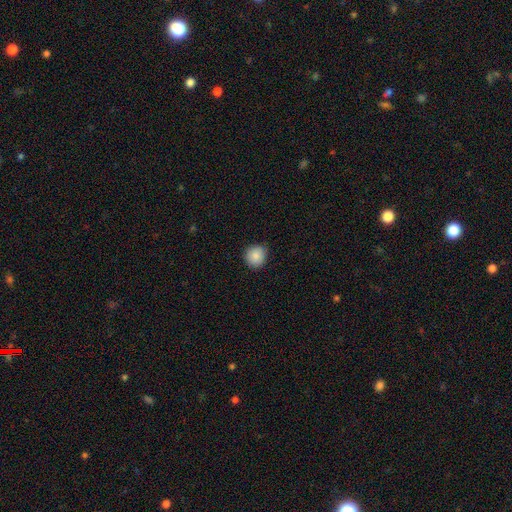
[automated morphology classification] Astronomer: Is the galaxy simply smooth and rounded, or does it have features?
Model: smooth — 87%.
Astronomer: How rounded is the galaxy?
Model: round — 89%.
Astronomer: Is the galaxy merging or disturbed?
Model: none — 83%.